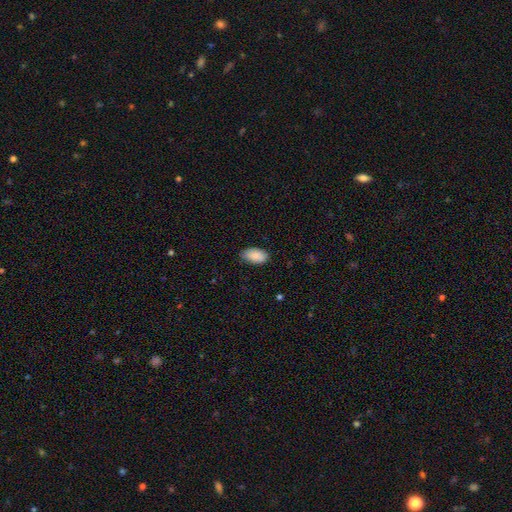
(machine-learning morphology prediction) Smooth or featured? Predicted: smooth (p=0.88). How rounded? Predicted: in between (p=0.95). Merging? Predicted: none (p=0.77).